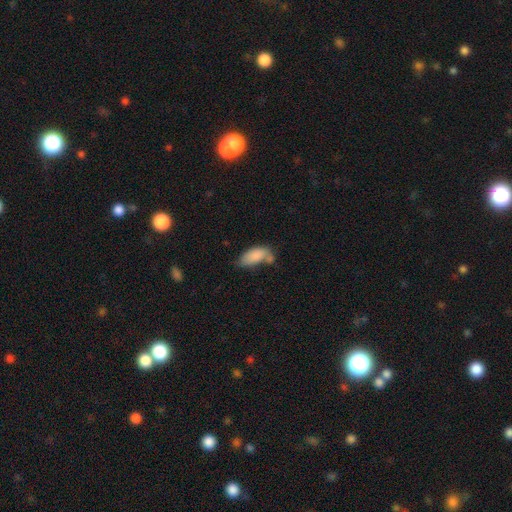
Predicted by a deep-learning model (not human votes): smooth-or-featured: smooth: 82% | featured or disk: 11% | star or artifact: 8%
  how-rounded: in between: 89% | cigar-shaped: 8% | round: 3%
  merging: none: 35% | minor disturbance: 25% | merger: 25% | major disturbance: 14%